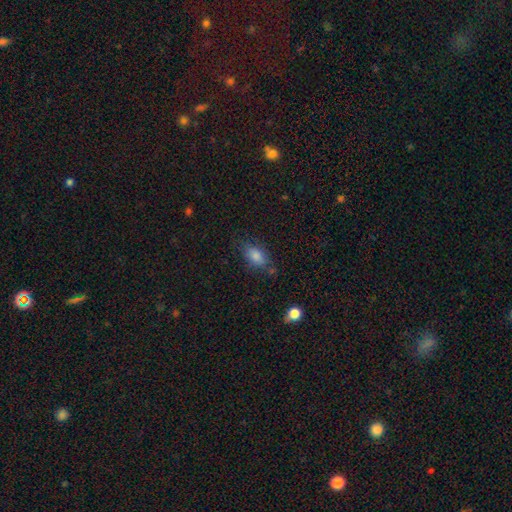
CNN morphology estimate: The model was most divided on "merging": none: 69%, minor disturbance: 20%, major disturbance: 6%, merger: 5%. More confident: how rounded — in between (86%); smooth or featured — smooth (81%).